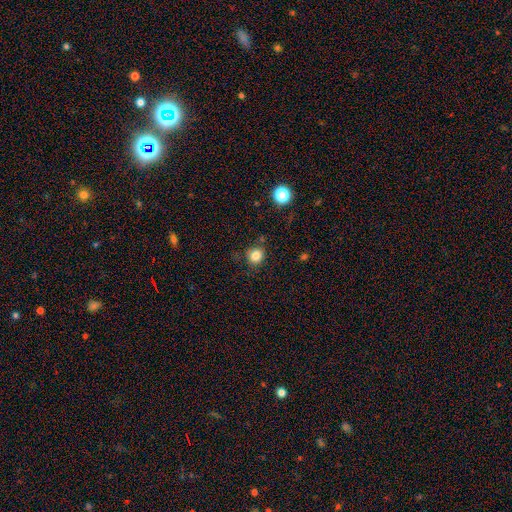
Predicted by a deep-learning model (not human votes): Morphology: type=smooth (83%); roundness=round (84%); merging=none (81%).